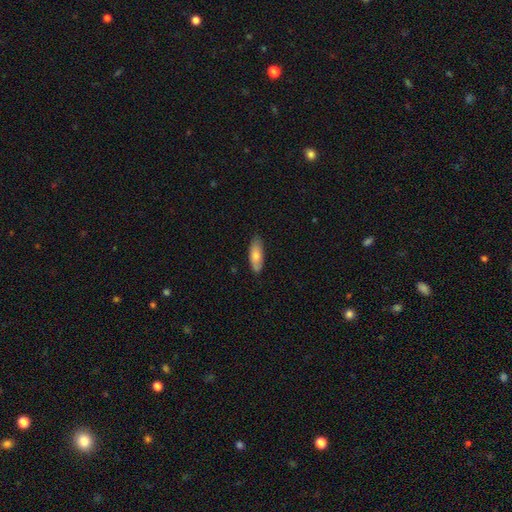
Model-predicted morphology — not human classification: This is likely a smooth galaxy (73%). How rounded: likely in between (72%). Merging: clearly none (81%).